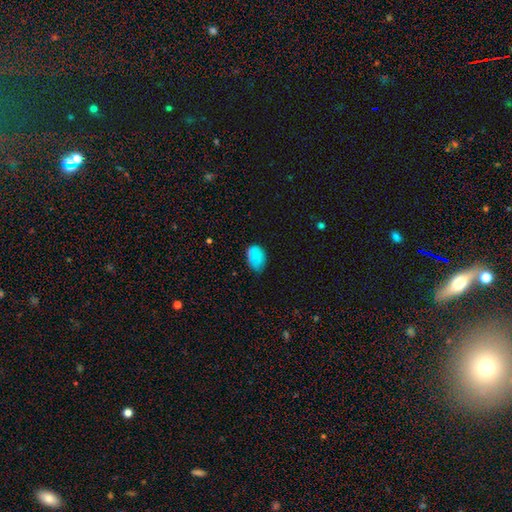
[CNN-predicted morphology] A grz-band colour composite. It shows a smooth galaxy with no disk features (75%) that is in between round and cigar-shaped (86%). Merging: none (63%).